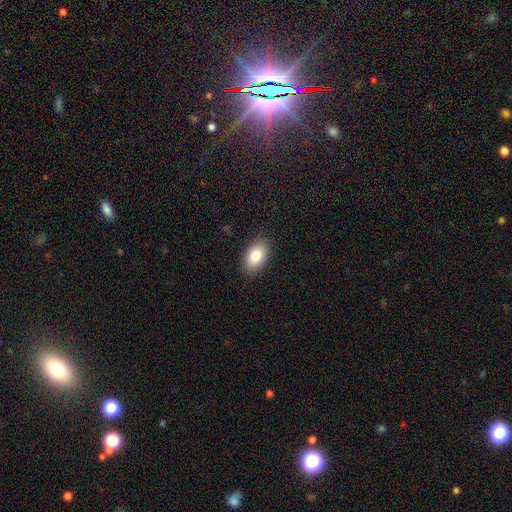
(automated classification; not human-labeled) A smooth galaxy with no disk features (83%) that is in between round and cigar-shaped (92%).

Vote fractions:
- Smooth or featured? smooth: 83% / featured or disk: 9% / star or artifact: 7%
- How rounded? in between: 92% / round: 6% / cigar-shaped: 1%
- Merging? none: 88% / minor disturbance: 9% / major disturbance: 2% / merger: 1%